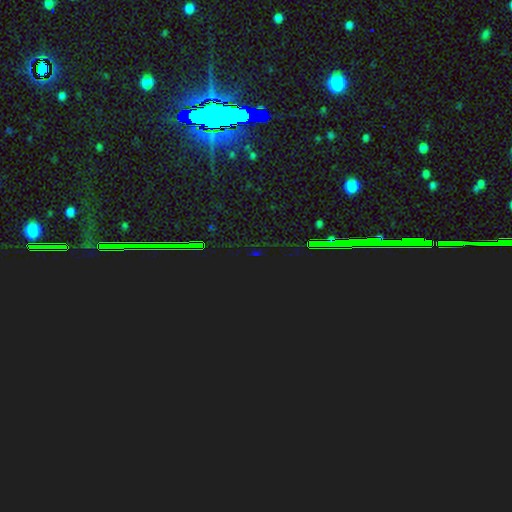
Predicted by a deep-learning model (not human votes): Overall: star or artifact (84%).